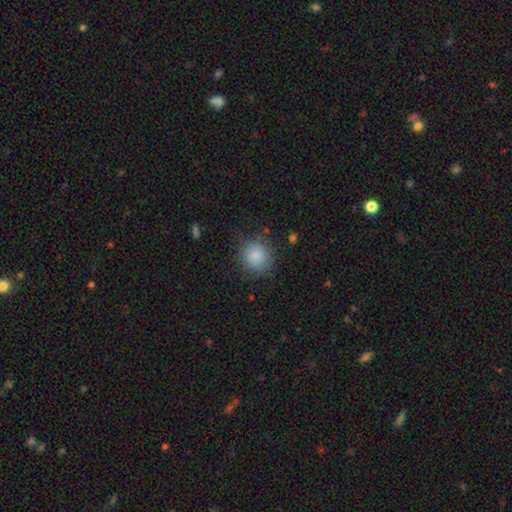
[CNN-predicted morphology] smooth 85%, star or artifact 9%, featured or disk 6%. Down the decision tree: how rounded — round (87%); merging — none (82%).